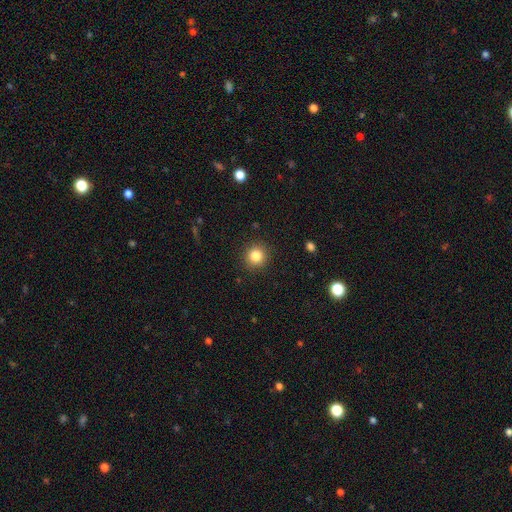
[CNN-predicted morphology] A smooth galaxy with no disk features (83%) that is round (92%). Merging: none (91%).